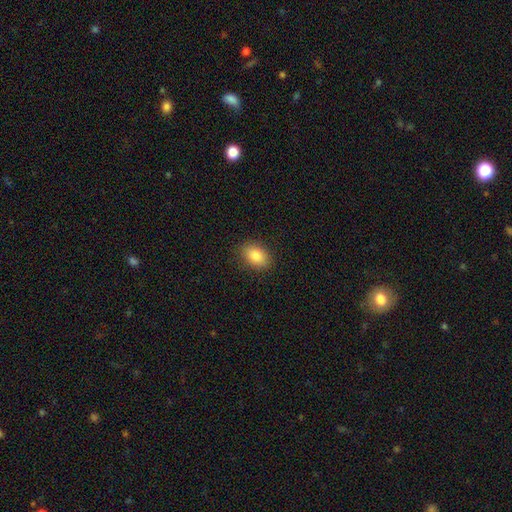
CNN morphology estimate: Smooth or featured? Predicted: smooth (p=0.84). How rounded? Predicted: in between (p=0.77). Merging? Predicted: none (p=0.89).